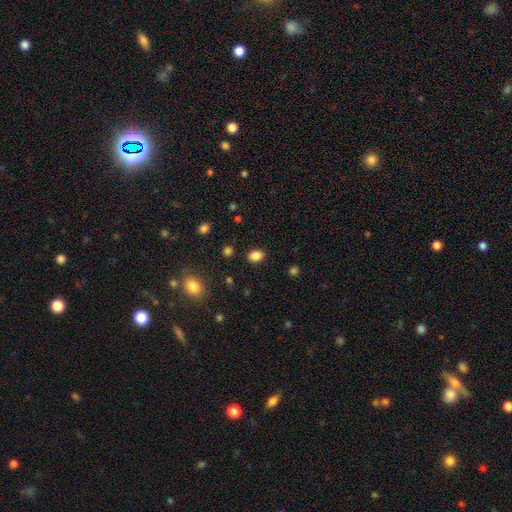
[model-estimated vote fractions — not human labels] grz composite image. It shows a smooth galaxy with no disk features (85%) that is in between round and cigar-shaped (58%). Merging: none (87%).